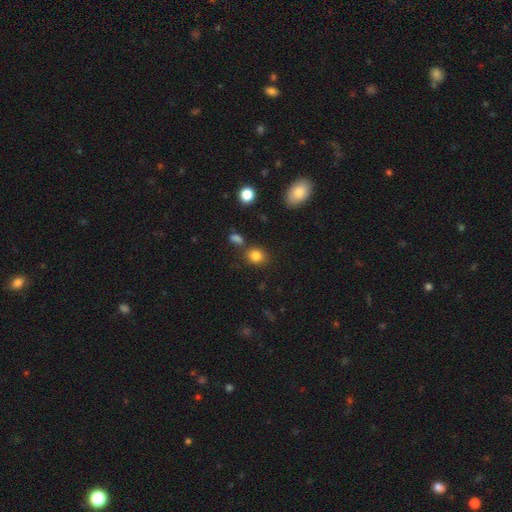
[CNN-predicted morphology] A smooth galaxy with no disk features (83%) that is round (65%). Merging: none (74%).